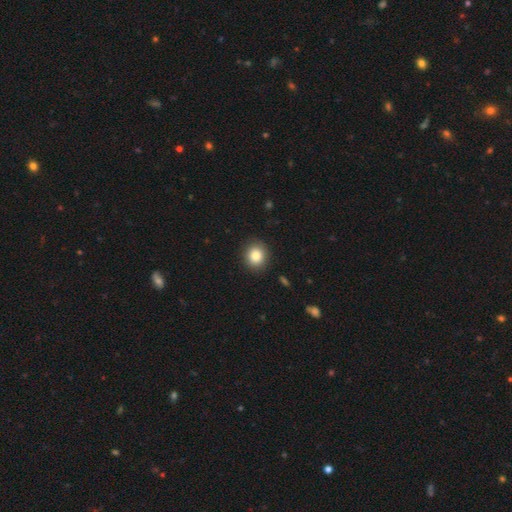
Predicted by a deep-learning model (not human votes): This is clearly a smooth galaxy (84%). How rounded: likely round (76%). Merging: clearly none (89%).